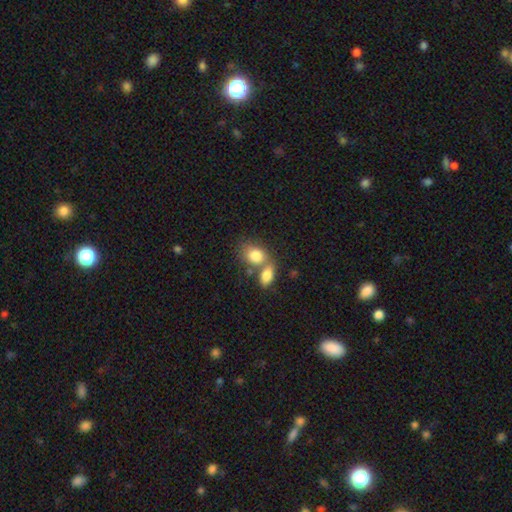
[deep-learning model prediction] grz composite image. It shows a smooth galaxy with no disk features (82%) that is in between round and cigar-shaped (70%). Merging: merger (52%).